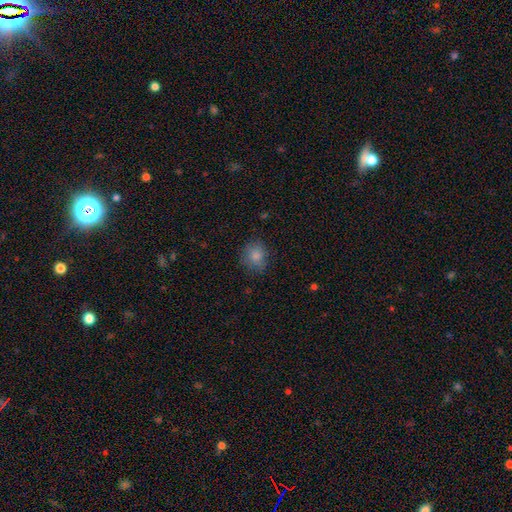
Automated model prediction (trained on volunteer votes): smooth 83%, star or artifact 9%, featured or disk 7%. Down the decision tree: how rounded — round (74%); merging — none (78%).